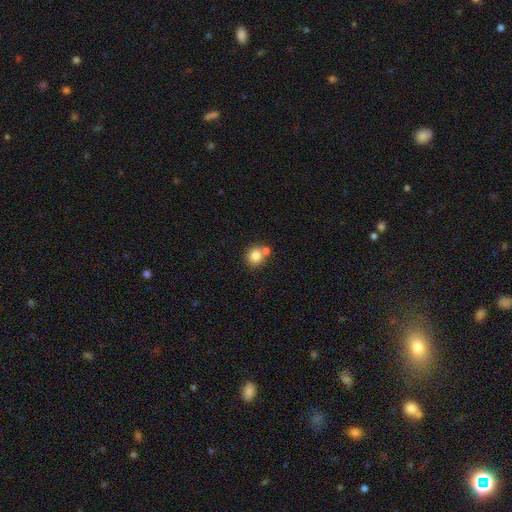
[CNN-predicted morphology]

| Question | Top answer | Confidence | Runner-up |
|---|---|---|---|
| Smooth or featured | smooth | 82% | star or artifact (10%) |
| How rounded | round | 87% | in between (12%) |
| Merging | none | 58% | merger (30%) |